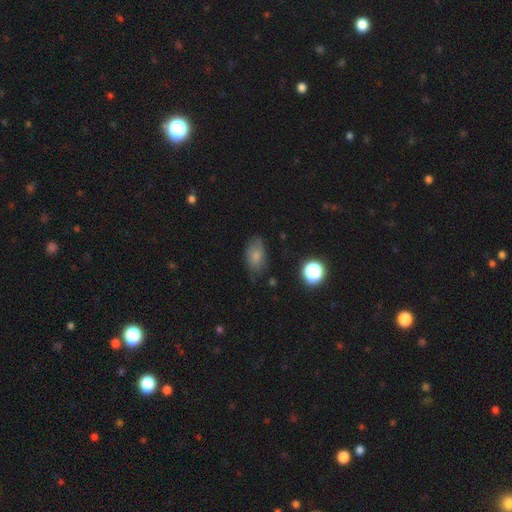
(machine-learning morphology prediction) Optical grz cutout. It shows a smooth galaxy with no disk features (74%) that is in between round and cigar-shaped (89%). Merging: none (67%).